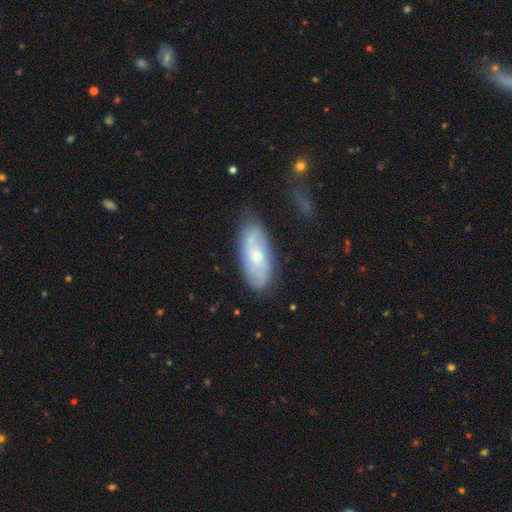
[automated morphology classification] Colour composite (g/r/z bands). It shows a smooth galaxy with no disk features (47%). Merging: none (70%).